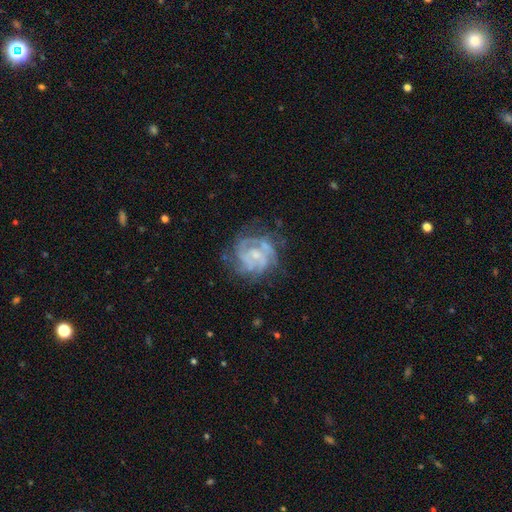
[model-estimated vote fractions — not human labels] The model was most divided on "spiral arm count": can't tell: 34%, 3: 24%, 2: 21%, 4: 11%, more than 4: 5%, 1: 5%. More confident: edge-on disk — no (98%); spiral arms — yes (90%); smooth or featured — featured or disk (82%); merging — none (66%); spiral winding — tight (58%); bar — no (56%); bulge size — small (55%).